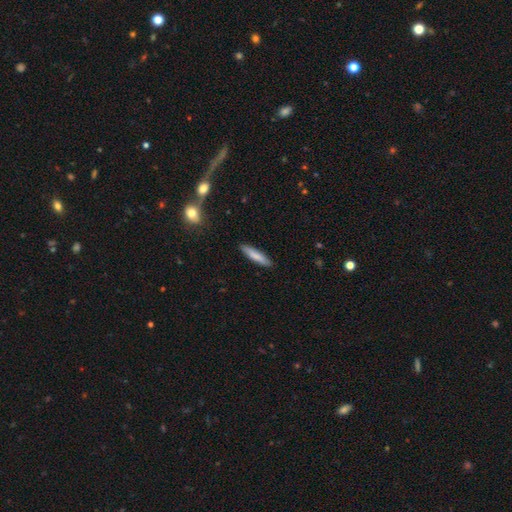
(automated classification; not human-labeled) Overall: smooth (80%). How rounded: cigar-shaped (84%). Merging: none (89%).